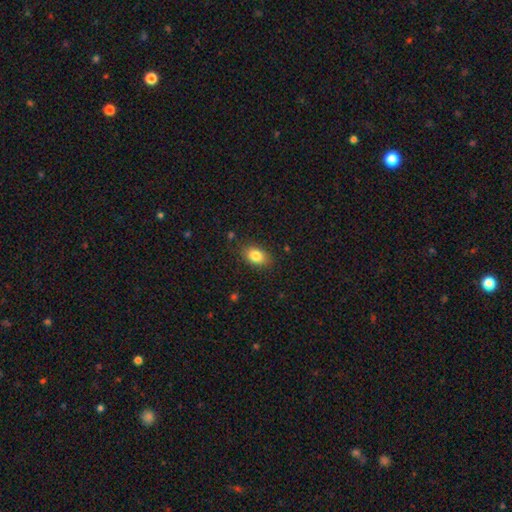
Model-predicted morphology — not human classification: A smooth galaxy with no disk features (84%) that is in between round and cigar-shaped (84%).

Vote fractions:
- Smooth or featured? smooth: 84% / star or artifact: 9% / featured or disk: 8%
- How rounded? in between: 84% / round: 14% / cigar-shaped: 2%
- Merging? none: 84% / minor disturbance: 11% / major disturbance: 3% / merger: 1%